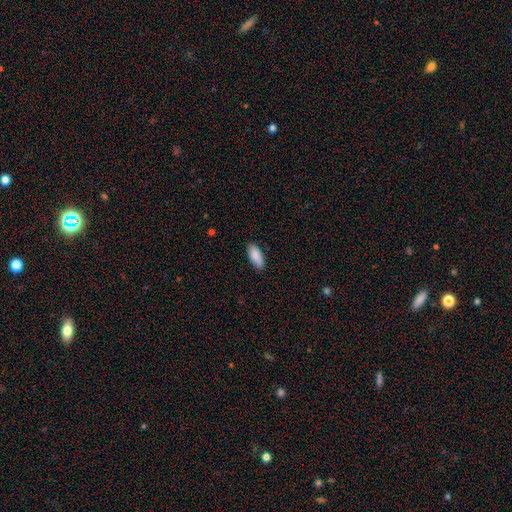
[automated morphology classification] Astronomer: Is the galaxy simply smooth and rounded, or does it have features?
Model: smooth — 88%.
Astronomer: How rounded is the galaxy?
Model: in between — 85%.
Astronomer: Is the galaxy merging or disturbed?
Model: none — 85%.